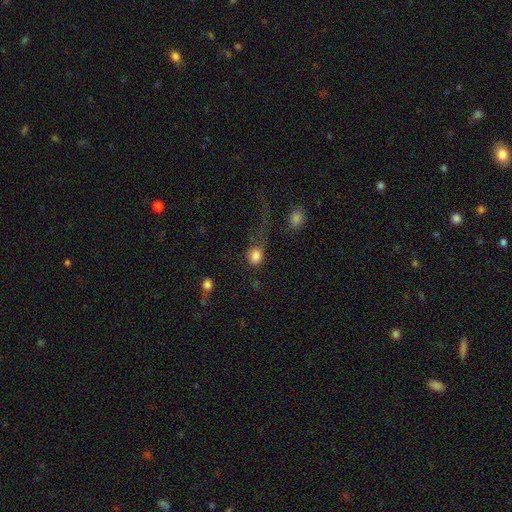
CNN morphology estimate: smooth 82%, star or artifact 9%, featured or disk 9%. Down the decision tree: how rounded — round (59%); merging — none (37%).